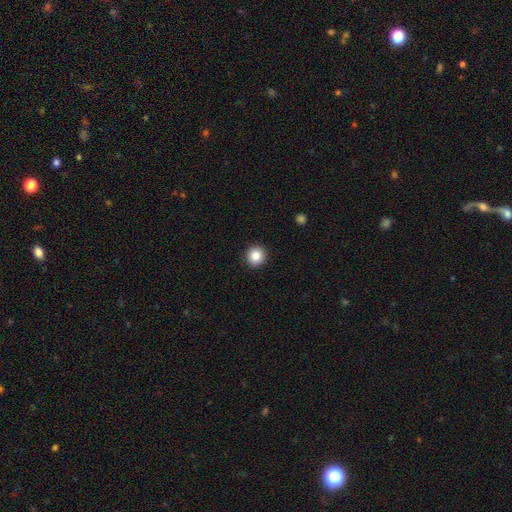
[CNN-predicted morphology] type=smooth (85%); roundness=round (93%); merging=none (93%).